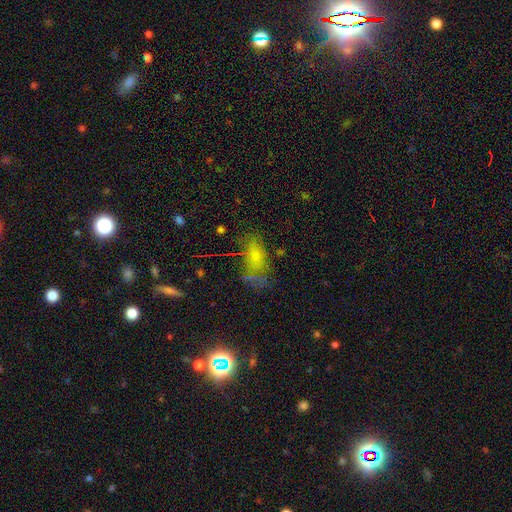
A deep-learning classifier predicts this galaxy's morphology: Smooth or featured? Predicted: smooth (p=0.56). How rounded? Predicted: in between (p=0.81). Merging? Predicted: none (p=0.54).